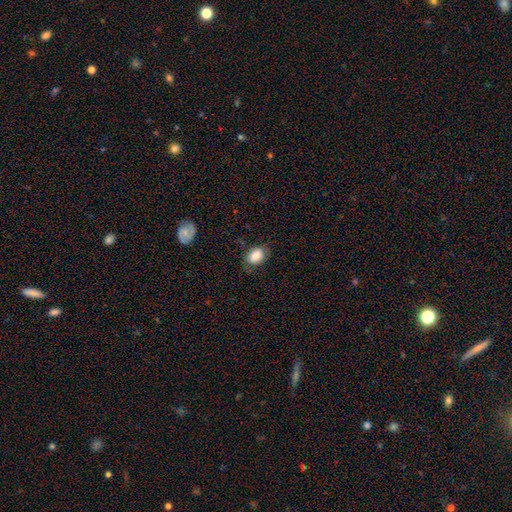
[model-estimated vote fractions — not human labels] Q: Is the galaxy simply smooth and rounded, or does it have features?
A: smooth — 83%.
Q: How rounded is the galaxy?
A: in between — 80%.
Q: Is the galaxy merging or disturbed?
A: none — 65%.